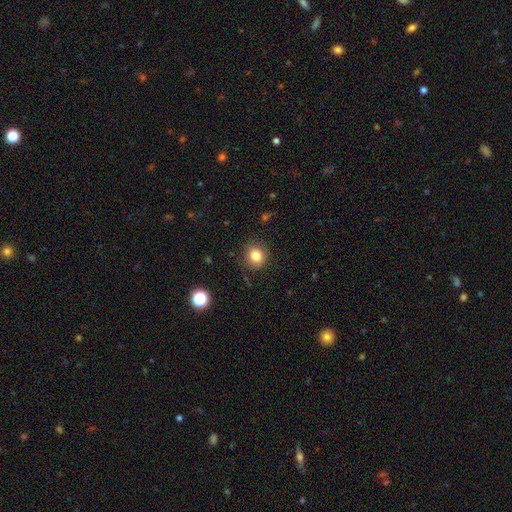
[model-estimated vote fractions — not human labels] A smooth galaxy with no disk features (82%) that is round (82%). Merging: none (87%).